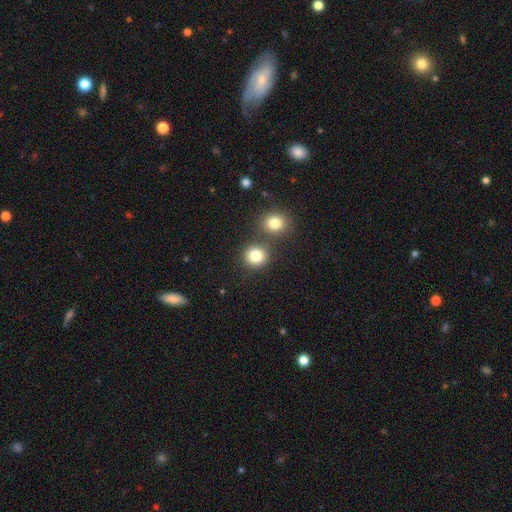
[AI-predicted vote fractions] The model was most divided on "merging": none: 72%, merger: 18%, minor disturbance: 7%, major disturbance: 3%. More confident: how rounded — round (89%); smooth or featured — smooth (81%).